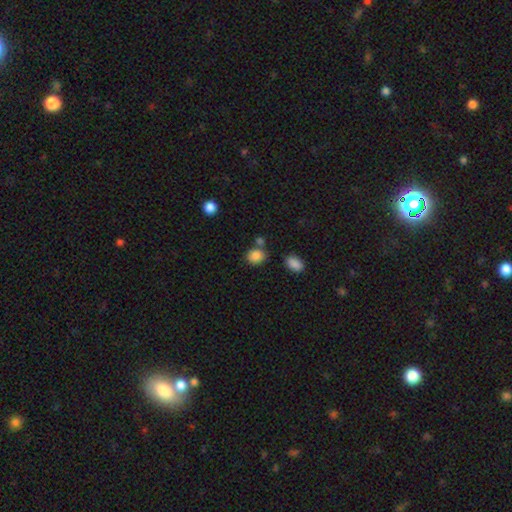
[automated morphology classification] The model was most divided on "how rounded": round: 65%, in between: 34%, cigar-shaped: 1%. More confident: smooth or featured — smooth (85%); merging — none (67%).